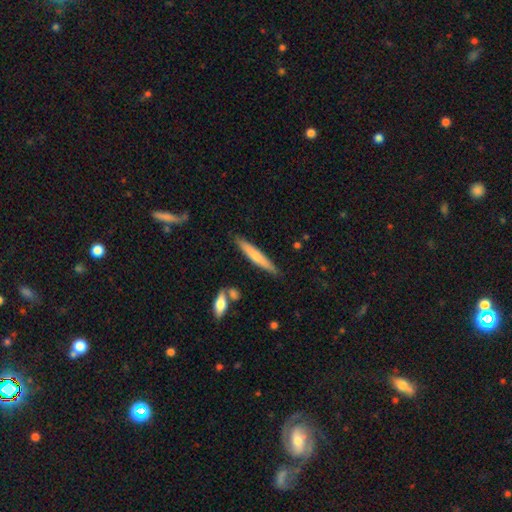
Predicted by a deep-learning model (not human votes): smooth_or_featured: smooth (p=0.64) [alt: featured or disk p=0.30]
how_rounded: cigar-shaped (p=0.92) [alt: in between p=0.07]
merging: none (p=0.85) [alt: minor disturbance p=0.10]